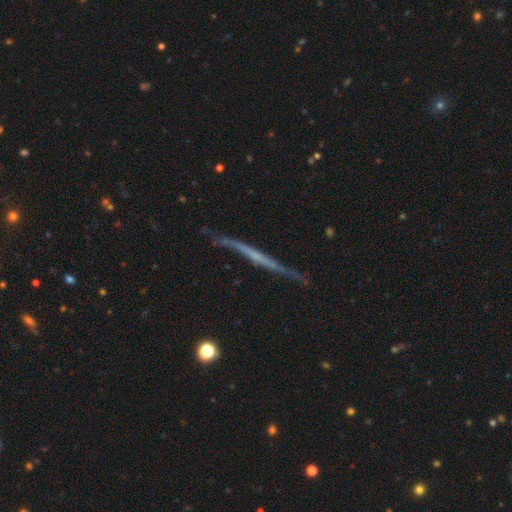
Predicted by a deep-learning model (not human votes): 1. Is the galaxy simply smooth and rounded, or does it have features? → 72% featured or disk, 21% smooth, 7% star or artifact.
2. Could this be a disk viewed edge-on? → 95% yes, 5% no.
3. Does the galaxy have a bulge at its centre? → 74% none, 17% rounded, 9% boxy.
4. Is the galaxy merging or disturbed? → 79% none, 15% minor disturbance, 3% major disturbance, 2% merger.